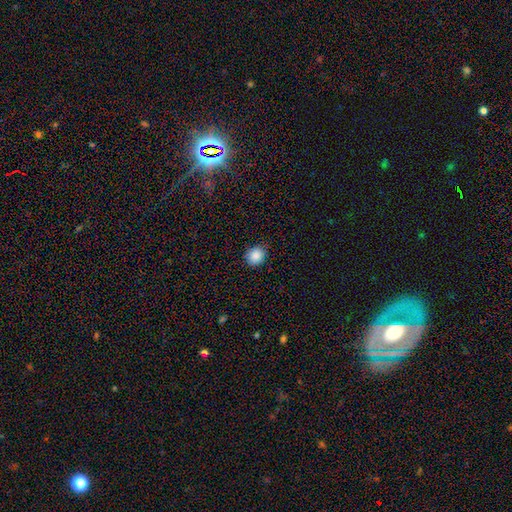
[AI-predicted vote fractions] smooth 87%, star or artifact 9%, featured or disk 4%. Down the decision tree: how rounded — round (69%); merging — none (84%).